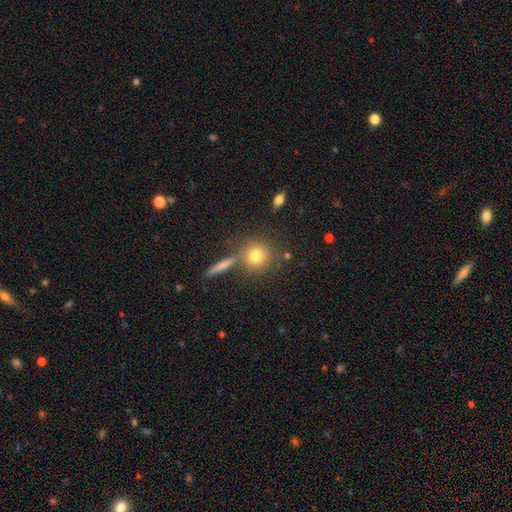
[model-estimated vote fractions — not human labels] smooth-or-featured: smooth: 76% | featured or disk: 12% | star or artifact: 12%
  how-rounded: round: 88% | in between: 10% | cigar-shaped: 2%
  merging: none: 69% | merger: 17% | minor disturbance: 10% | major disturbance: 4%